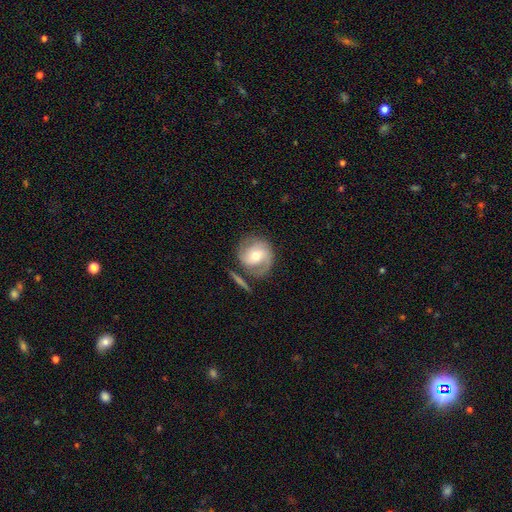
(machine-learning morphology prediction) The model was most divided on "spiral winding": medium: 43%, tight: 37%, loose: 20%. Remaining: edge-on disk — no (96%); spiral arms — yes (87%); bulge size — moderate (69%); merging — none (66%); spiral arm count — 2 (64%); smooth or featured — featured or disk (63%); bar — no (47%).